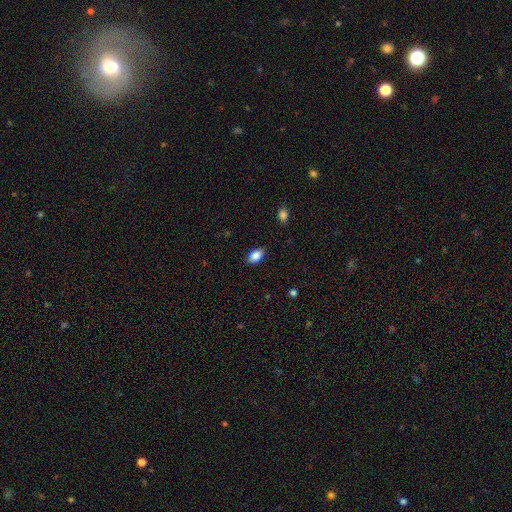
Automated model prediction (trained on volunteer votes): This appears to be a smooth galaxy with no disk features (85%) that is in between round and cigar-shaped (91%). Merging: none (86%).